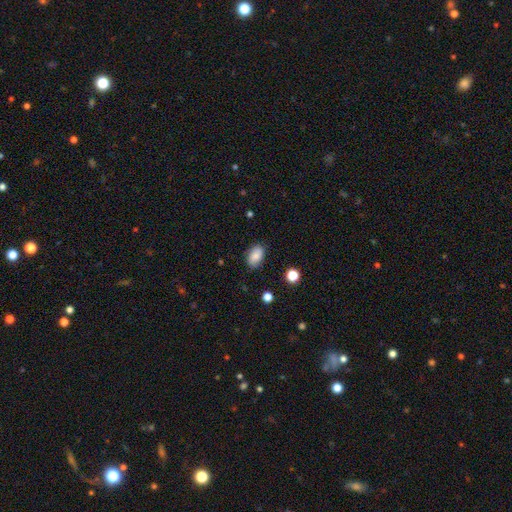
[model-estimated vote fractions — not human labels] The model was most divided on "merging": none: 82%, minor disturbance: 13%, major disturbance: 3%, merger: 1%. More confident: how rounded — in between (87%); smooth or featured — smooth (83%).